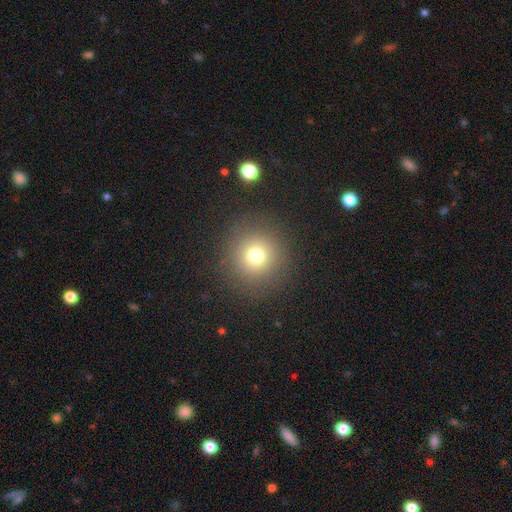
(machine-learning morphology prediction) smooth-or-featured: smooth: 73% | star or artifact: 17% | featured or disk: 11%
  how-rounded: round: 93% | in between: 6% | cigar-shaped: 1%
  merging: none: 88% | minor disturbance: 7% | major disturbance: 4% | merger: 1%